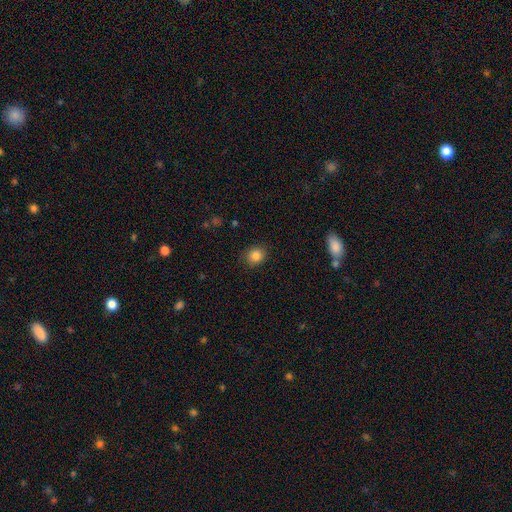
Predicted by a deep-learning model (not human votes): Smooth or featured?
  - smooth: 84% *
  - star or artifact: 11%
  - featured or disk: 5%
How rounded?
  - round: 73% *
  - in between: 26%
  - cigar-shaped: 1%
Merging?
  - none: 87% *
  - minor disturbance: 9%
  - major disturbance: 2%
  - merger: 1%